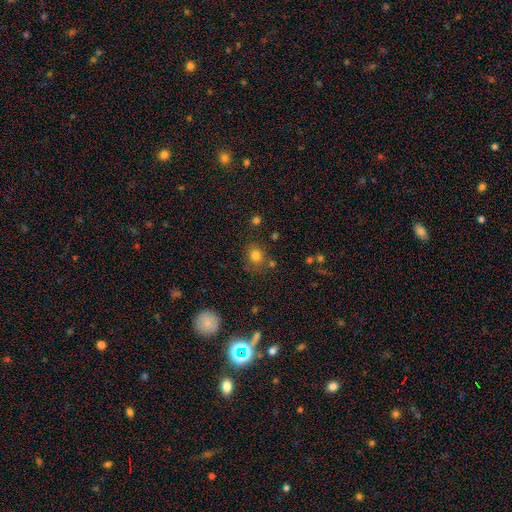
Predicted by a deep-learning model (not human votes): Q: Smooth or featured?
A: smooth (79%); runner-up: star or artifact (14%)
Q: How rounded?
A: round (70%); runner-up: in between (29%)
Q: Merging?
A: none (76%); runner-up: minor disturbance (14%)